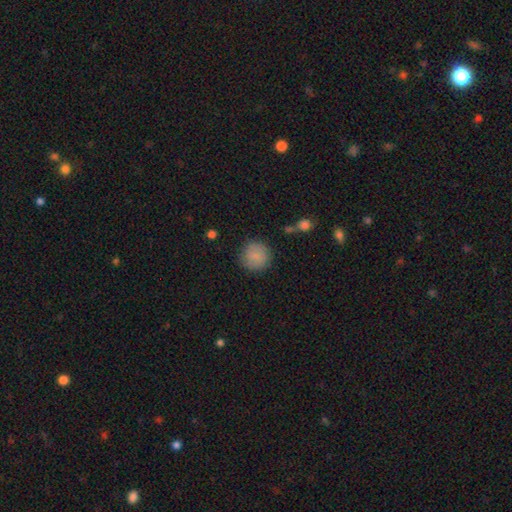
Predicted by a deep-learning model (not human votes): Smooth or featured?
  - smooth: 80% *
  - featured or disk: 12%
  - star or artifact: 7%
How rounded?
  - round: 91% *
  - in between: 8%
  - cigar-shaped: 1%
Merging?
  - none: 82% *
  - minor disturbance: 12%
  - major disturbance: 4%
  - merger: 2%